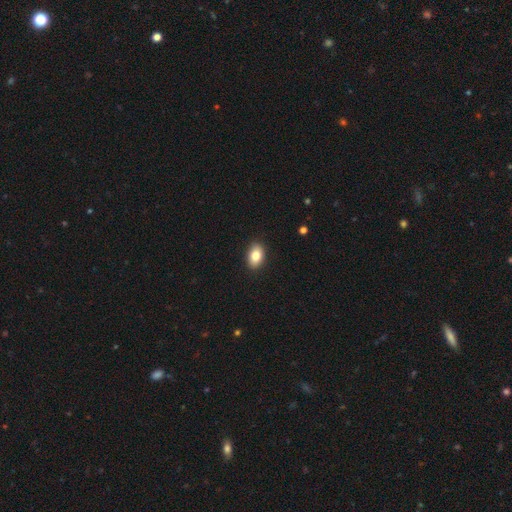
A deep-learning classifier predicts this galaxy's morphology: Smooth or featured: smooth — 83% (featured or disk — 9%)
How rounded: in between — 88% (round — 11%)
Merging: none — 90% (minor disturbance — 7%)